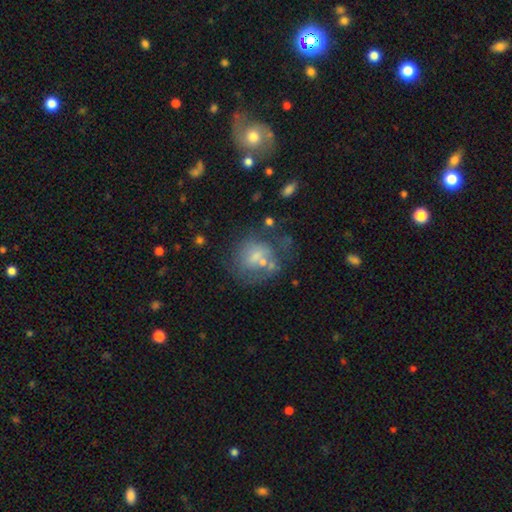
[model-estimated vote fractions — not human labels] smooth_or_featured: smooth (p=0.46) [alt: featured or disk p=0.35]
merging: none (p=0.53) [alt: minor disturbance p=0.19]